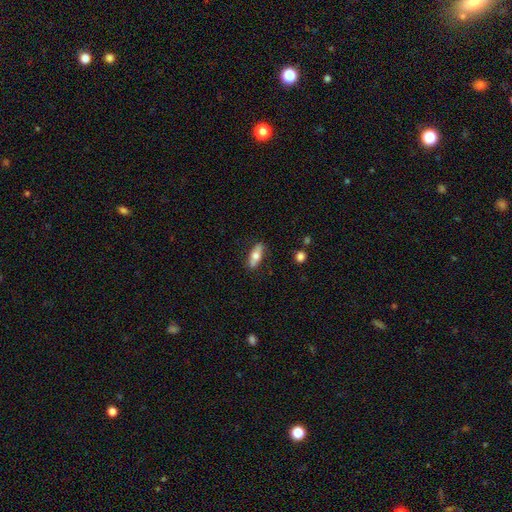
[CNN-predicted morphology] Q: Smooth or featured?
A: smooth (62%); runner-up: featured or disk (32%)
Q: How rounded?
A: in between (64%); runner-up: cigar-shaped (33%)
Q: Merging?
A: none (84%); runner-up: minor disturbance (12%)